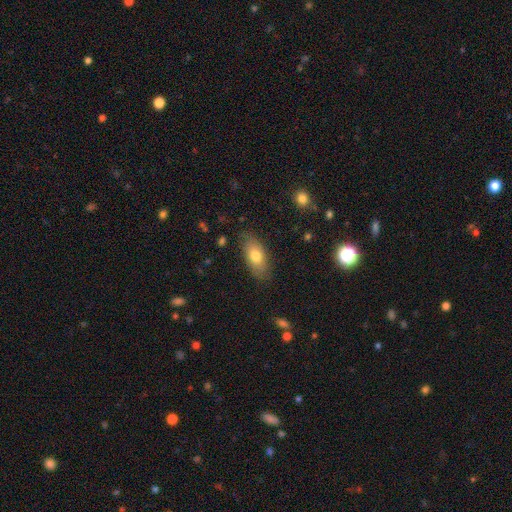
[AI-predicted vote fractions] smooth_or_featured: smooth (p=0.75) [alt: featured or disk p=0.18]
how_rounded: in between (p=0.88) [alt: cigar-shaped p=0.08]
merging: none (p=0.81) [alt: minor disturbance p=0.14]